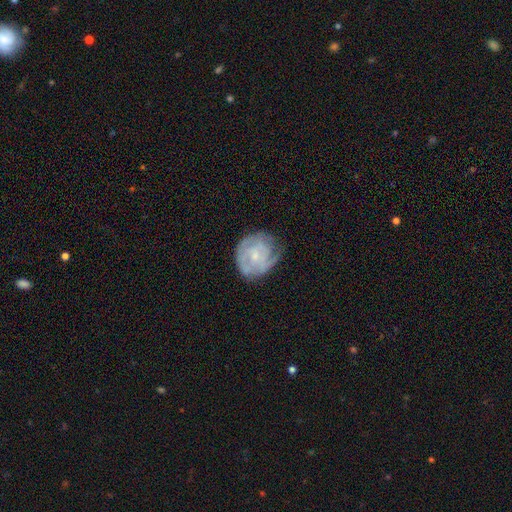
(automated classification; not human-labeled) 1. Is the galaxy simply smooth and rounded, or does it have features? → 64% featured or disk, 30% smooth, 7% star or artifact.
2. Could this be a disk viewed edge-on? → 98% no, 2% yes.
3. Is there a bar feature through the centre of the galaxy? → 74% no, 23% weak, 3% strong.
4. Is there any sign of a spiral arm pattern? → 72% yes, 28% no.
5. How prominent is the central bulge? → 67% small, 24% moderate, 7% none, 1% large, 1% dominant.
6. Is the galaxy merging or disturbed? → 57% none, 28% minor disturbance, 14% major disturbance, 2% merger.